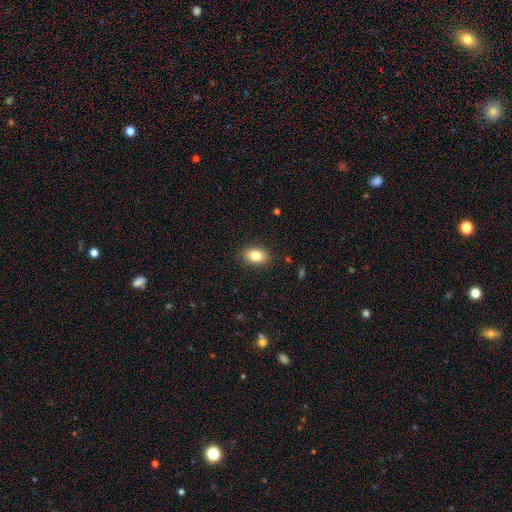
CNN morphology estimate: Smooth or featured? smooth (82%)
How rounded? in between (87%)
Merging? none (88%)